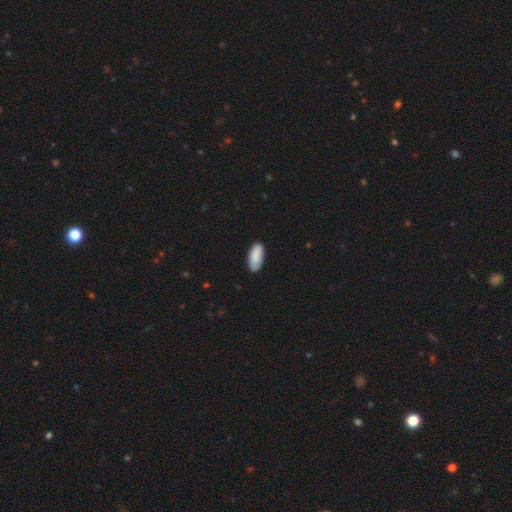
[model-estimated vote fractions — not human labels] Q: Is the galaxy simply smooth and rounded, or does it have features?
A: smooth — 89%.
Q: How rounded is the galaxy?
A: in between — 87%.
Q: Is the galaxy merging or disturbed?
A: none — 86%.